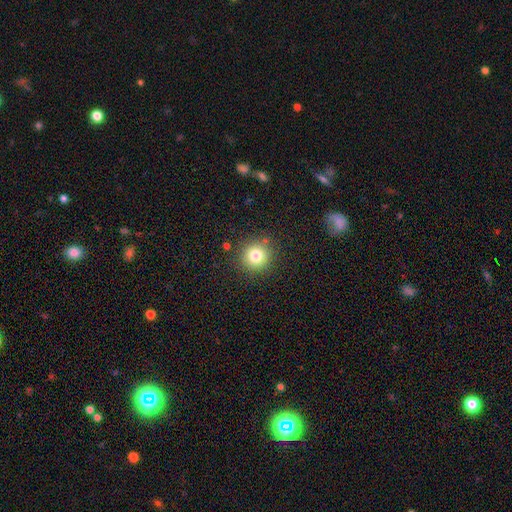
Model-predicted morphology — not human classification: Overall: smooth (80%). How rounded: round (94%). Merging: none (87%).